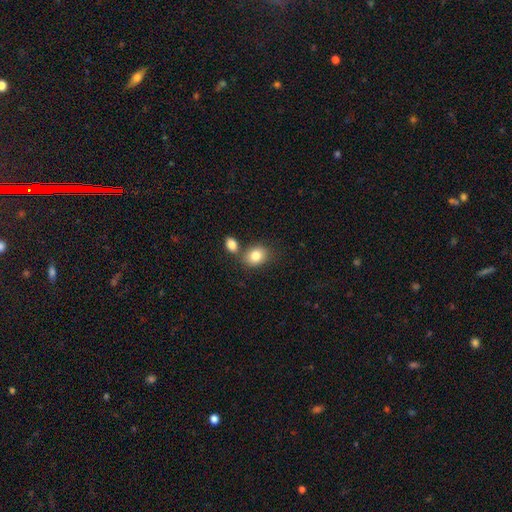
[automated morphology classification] Smooth or featured?
  - smooth: 83% *
  - star or artifact: 9%
  - featured or disk: 8%
How rounded?
  - in between: 58% *
  - round: 41%
  - cigar-shaped: 1%
Merging?
  - none: 59% *
  - merger: 26%
  - minor disturbance: 12%
  - major disturbance: 3%